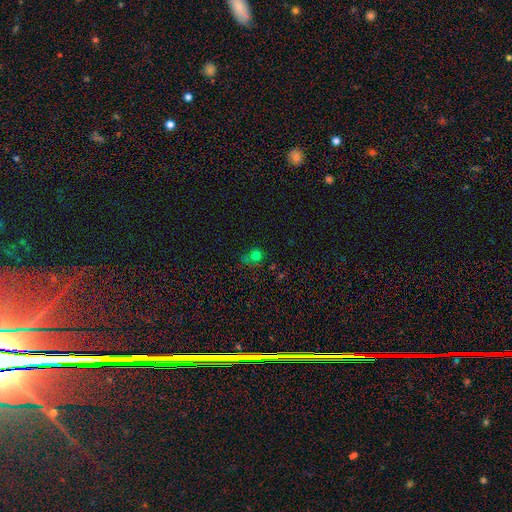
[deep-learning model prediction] The model was most divided on "merging": none: 50%, minor disturbance: 22%, major disturbance: 18%, merger: 9%. More confident: how rounded — round (79%); smooth or featured — smooth (63%).